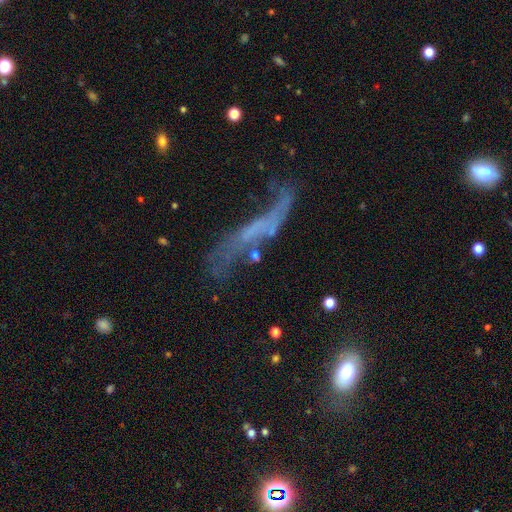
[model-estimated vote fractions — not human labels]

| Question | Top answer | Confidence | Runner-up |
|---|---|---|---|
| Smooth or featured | featured or disk | 54% | smooth (32%) |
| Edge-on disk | no | 72% | yes (28%) |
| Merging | major disturbance | 39% | none (28%) |